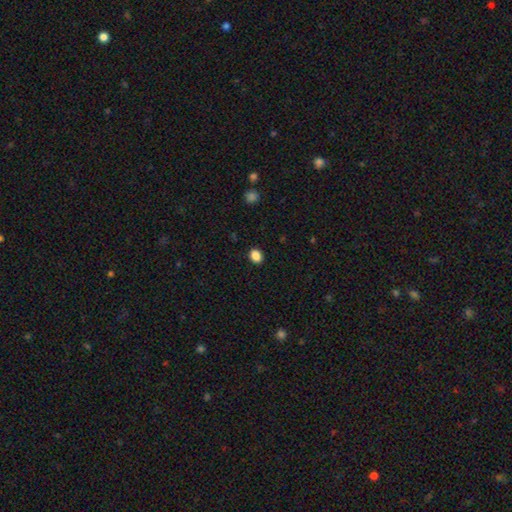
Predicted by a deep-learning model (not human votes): This appears to be a smooth galaxy with no disk features (87%) that is in between round and cigar-shaped (56%). Merging: none (90%).